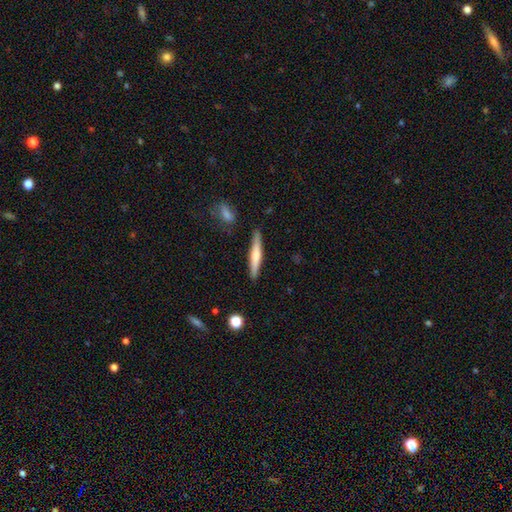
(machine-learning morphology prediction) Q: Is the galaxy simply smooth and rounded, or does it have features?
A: smooth — 56%.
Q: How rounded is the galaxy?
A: cigar-shaped — 92%.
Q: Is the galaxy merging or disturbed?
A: none — 87%.